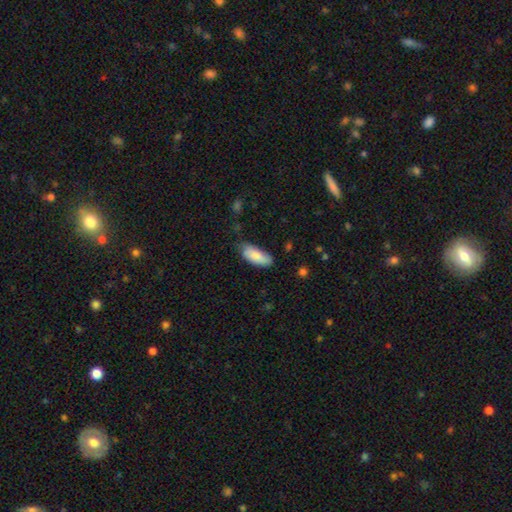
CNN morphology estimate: A smooth galaxy with no disk features (83%) that is in between round and cigar-shaped (82%).

Vote fractions:
- Smooth or featured? smooth: 83% / featured or disk: 12% / star or artifact: 6%
- How rounded? in between: 82% / cigar-shaped: 16% / round: 2%
- Merging? none: 65% / minor disturbance: 28% / major disturbance: 5% / merger: 2%